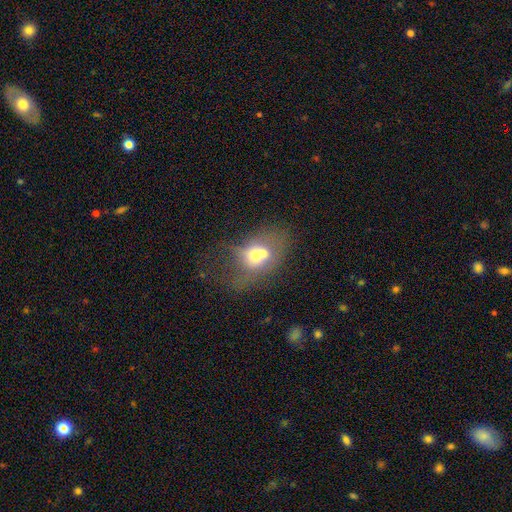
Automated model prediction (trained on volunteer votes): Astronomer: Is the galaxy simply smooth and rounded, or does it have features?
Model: smooth — 56% (runner-up: featured or disk, 33%).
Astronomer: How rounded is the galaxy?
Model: in between — 60% (runner-up: round, 38%).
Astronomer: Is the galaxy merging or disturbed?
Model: merger — 54%.